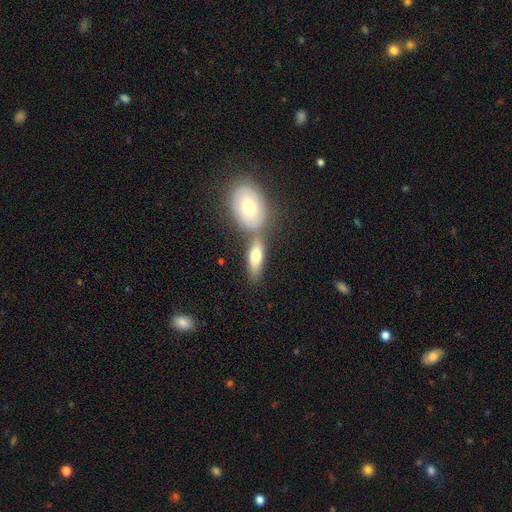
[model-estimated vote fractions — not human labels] smooth 70%, featured or disk 23%, star or artifact 7%. Down the decision tree: how rounded — in between (71%); merging — none (51%).